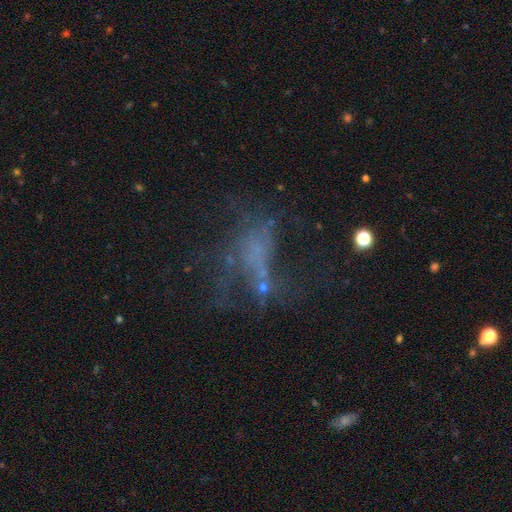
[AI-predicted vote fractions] The model was most divided on "merging": major disturbance: 40%, none: 38%, minor disturbance: 14%, merger: 8%. Remaining: smooth or featured — featured or disk (44%).